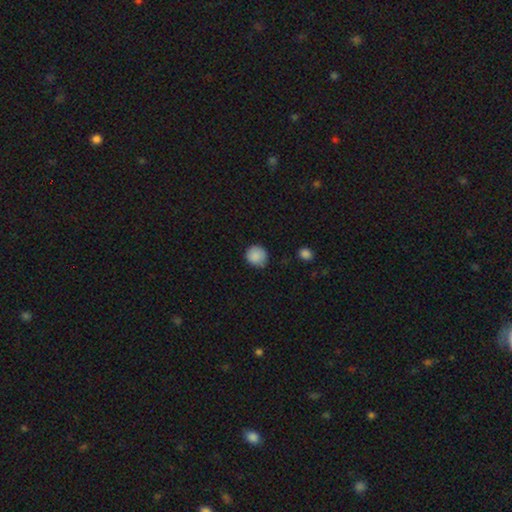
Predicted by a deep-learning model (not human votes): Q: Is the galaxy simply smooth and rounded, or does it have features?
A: smooth — 88%.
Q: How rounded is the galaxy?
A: round — 91%.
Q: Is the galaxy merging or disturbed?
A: none — 75%.